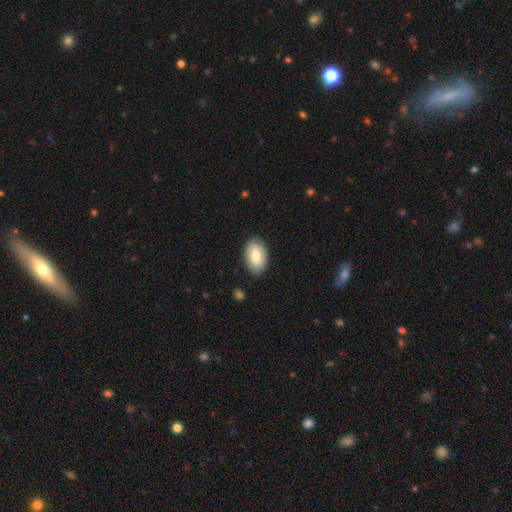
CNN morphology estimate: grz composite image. It shows a smooth galaxy with no disk features (78%) that is in between round and cigar-shaped (93%). Merging: none (85%).